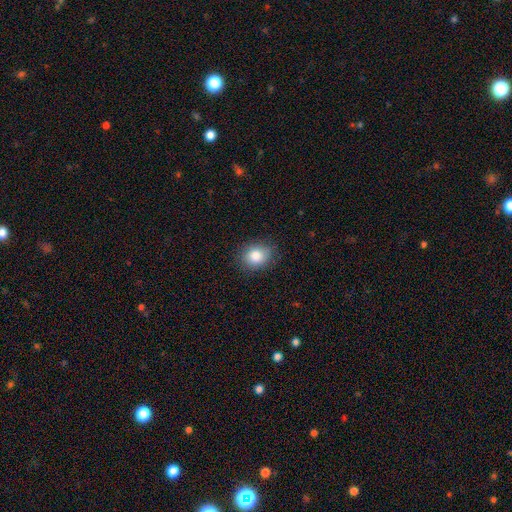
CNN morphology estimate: Smooth or featured? smooth (84%)
How rounded? round (54%)
Merging? none (83%)